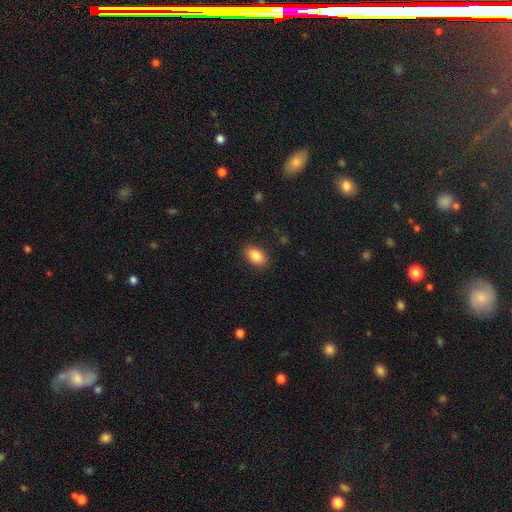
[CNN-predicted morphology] This appears to be a smooth galaxy with no disk features (87%) that is in between round and cigar-shaped (88%). Merging: none (88%).